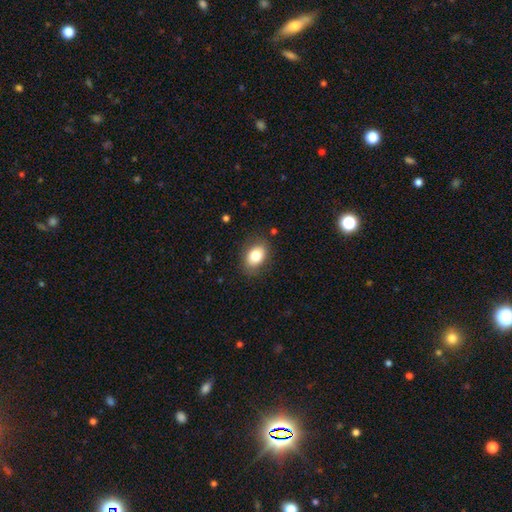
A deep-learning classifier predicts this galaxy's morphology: smooth_or_featured: smooth (p=0.81) [alt: featured or disk p=0.11]
how_rounded: in between (p=0.79) [alt: round p=0.20]
merging: none (p=0.84) [alt: minor disturbance p=0.12]